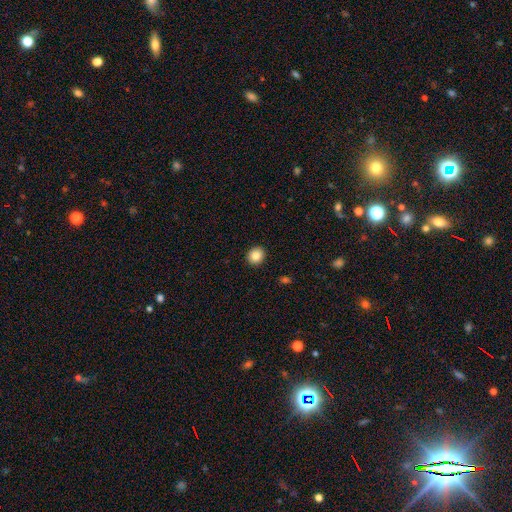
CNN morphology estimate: Smooth or featured?
  - smooth: 85% *
  - star or artifact: 9%
  - featured or disk: 6%
How rounded?
  - round: 83% *
  - in between: 16%
  - cigar-shaped: 1%
Merging?
  - none: 92% *
  - minor disturbance: 5%
  - major disturbance: 2%
  - merger: 1%